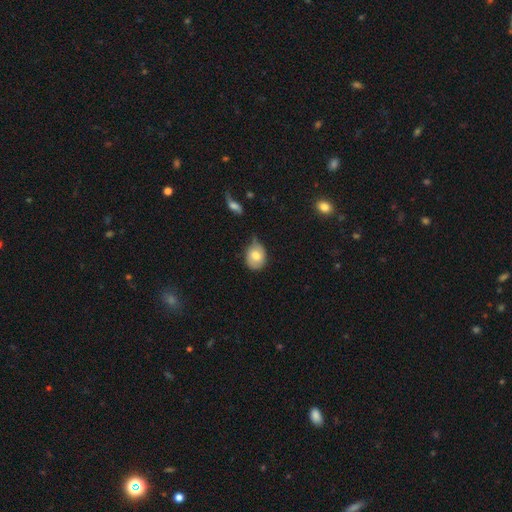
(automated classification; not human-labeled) Overall: smooth (73%). How rounded: round (49%, tied with in between). Merging: none (48%; minor disturbance 38%).